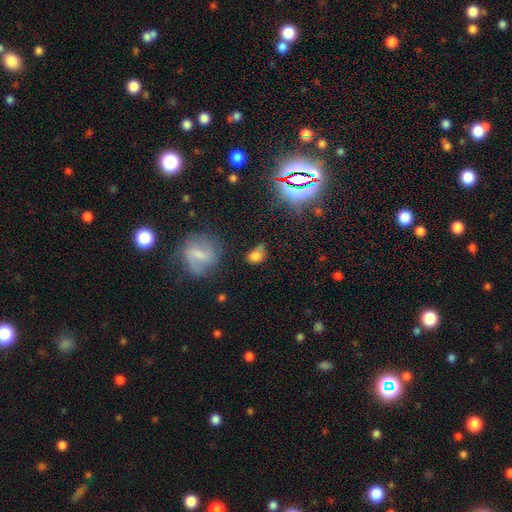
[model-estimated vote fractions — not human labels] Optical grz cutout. It shows a smooth galaxy with no disk features (71%) that is in between round and cigar-shaped (60%). Merging: none (49%).